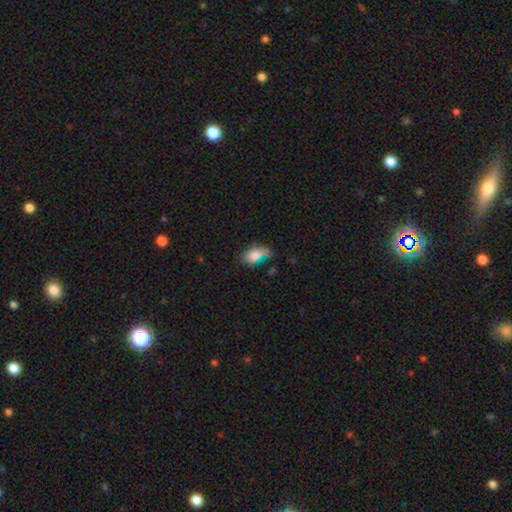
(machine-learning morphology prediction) Smooth or featured?
  - smooth: 78% *
  - featured or disk: 12%
  - star or artifact: 9%
How rounded?
  - in between: 89% *
  - round: 7%
  - cigar-shaped: 4%
Merging?
  - none: 51% *
  - minor disturbance: 30%
  - major disturbance: 12%
  - merger: 7%